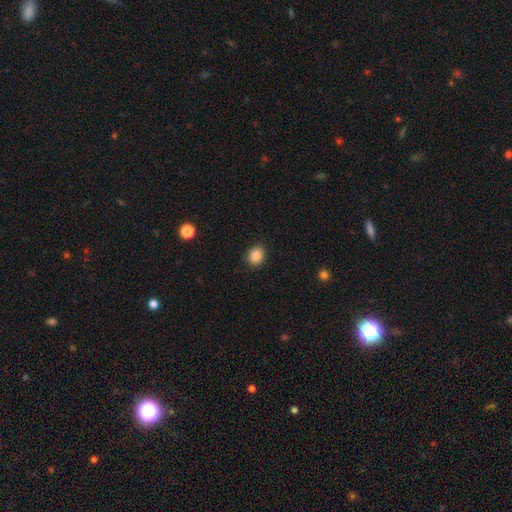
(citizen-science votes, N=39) Volunteers were most divided on "how rounded": round: 72%, in between: 28%, cigar-shaped: 0%. More confident: smooth or featured — smooth (92%); merging — none (81%).